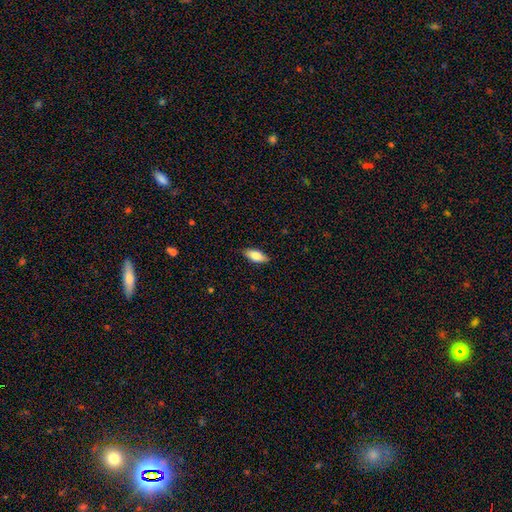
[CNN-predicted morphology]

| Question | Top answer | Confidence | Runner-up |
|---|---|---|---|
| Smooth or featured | smooth | 80% | featured or disk (13%) |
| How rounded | in between | 82% | cigar-shaped (16%) |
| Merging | none | 86% | minor disturbance (11%) |